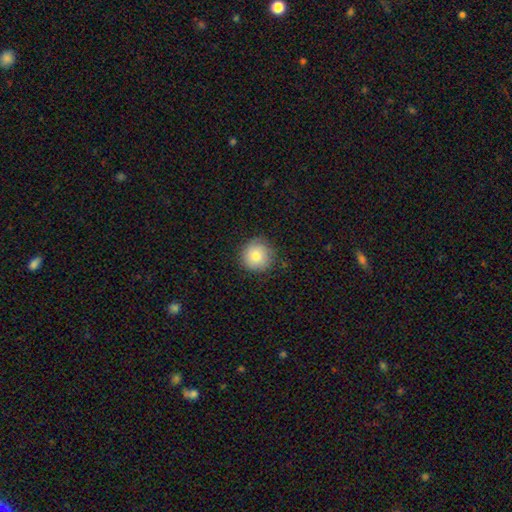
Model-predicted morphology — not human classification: Smooth or featured?
  - smooth: 79% *
  - featured or disk: 12%
  - star or artifact: 9%
How rounded?
  - round: 94% *
  - in between: 5%
  - cigar-shaped: 1%
Merging?
  - none: 82% *
  - minor disturbance: 14%
  - major disturbance: 3%
  - merger: 1%